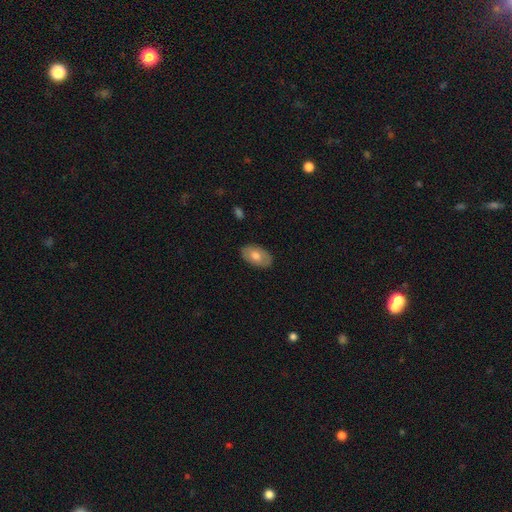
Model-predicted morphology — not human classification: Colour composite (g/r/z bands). It shows a smooth galaxy with no disk features (63%) that is in between round and cigar-shaped (92%). Merging: none (86%).